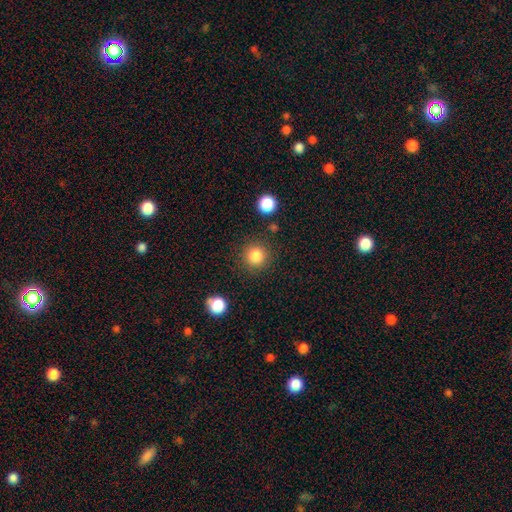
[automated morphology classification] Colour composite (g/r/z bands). It shows a smooth galaxy with no disk features (84%) that is round (95%). Merging: none (87%).